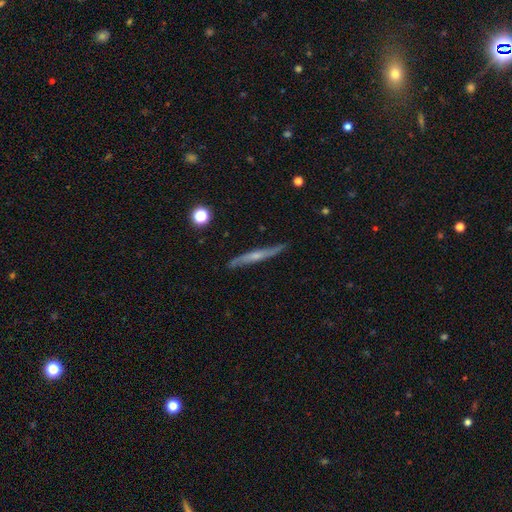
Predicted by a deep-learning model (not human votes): Smooth or featured: featured or disk — 64% (smooth — 30%)
Edge-on disk: yes — 90% (no — 10%)
Edge-on bulge: rounded — 50% (none — 44%)
Merging: none — 83% (minor disturbance — 13%)